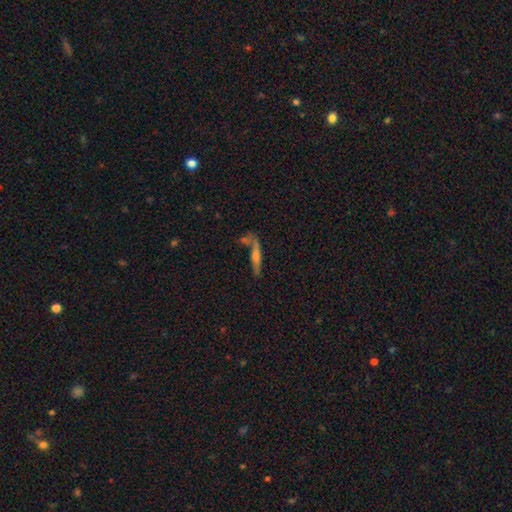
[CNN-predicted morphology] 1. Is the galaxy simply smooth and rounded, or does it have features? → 54% featured or disk, 31% smooth, 15% star or artifact.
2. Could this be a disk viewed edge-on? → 78% yes, 22% no.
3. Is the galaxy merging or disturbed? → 50% none, 20% merger, 17% minor disturbance, 13% major disturbance.